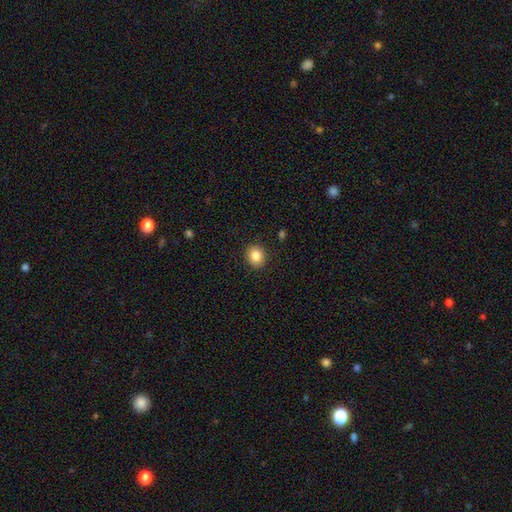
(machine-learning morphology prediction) A smooth galaxy with no disk features (85%) that is round (71%).

Vote fractions:
- Smooth or featured? smooth: 85% / star or artifact: 9% / featured or disk: 6%
- How rounded? round: 71% / in between: 29% / cigar-shaped: 1%
- Merging? none: 91% / minor disturbance: 6% / major disturbance: 2% / merger: 1%